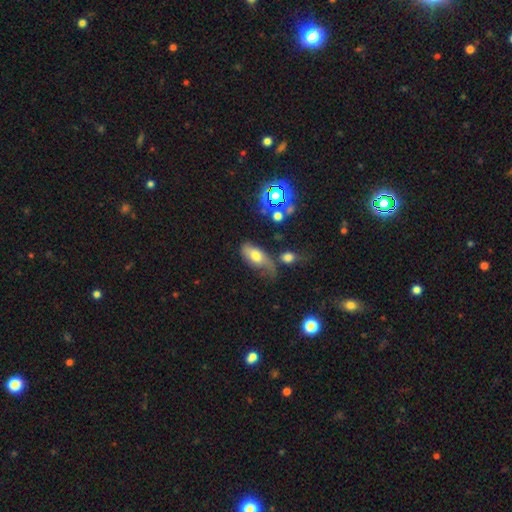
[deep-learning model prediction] Smooth or featured: smooth — 61% (featured or disk — 28%)
How rounded: in between — 87% (cigar-shaped — 7%)
Merging: none — 33% (minor disturbance — 28%)